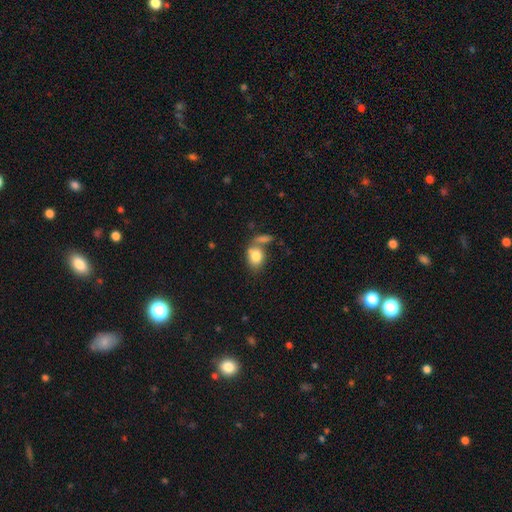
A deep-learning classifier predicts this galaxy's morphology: A smooth galaxy with no disk features (80%) that is in between round and cigar-shaped (65%). Merging: none (40%).